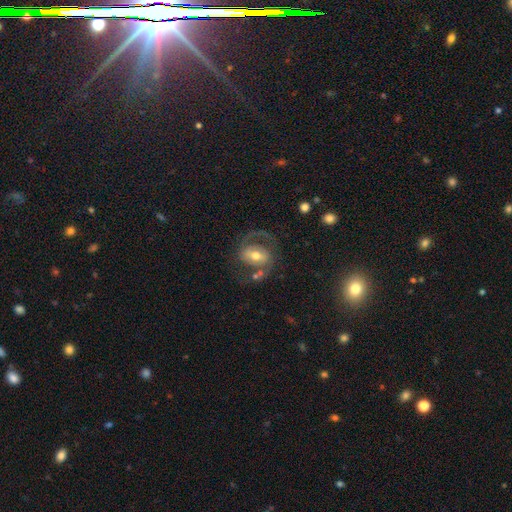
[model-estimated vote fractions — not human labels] A featured or disk galaxy (72%) with a weak bar (39%), 2 (80%) medium (51%) spiral arms (81%) and a moderate central bulge (70%). Merging: none (58%).